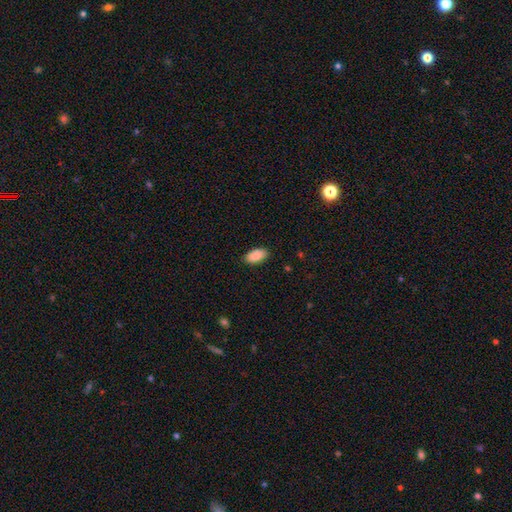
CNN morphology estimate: Overall: smooth (90%). How rounded: in between (95%). Merging: none (87%).